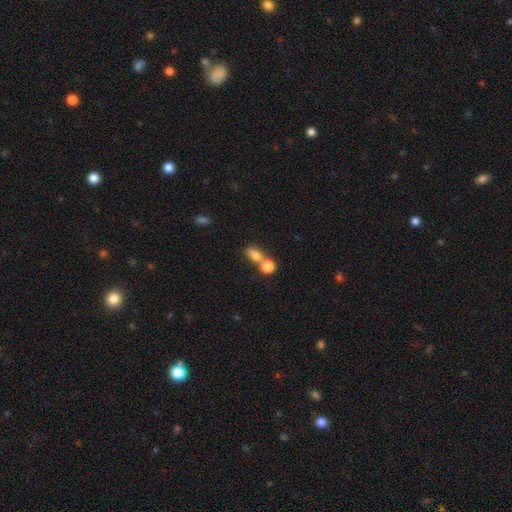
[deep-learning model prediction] smooth 76%, star or artifact 12%, featured or disk 12%. Down the decision tree: how rounded — in between (56%); merging — merger (51%).